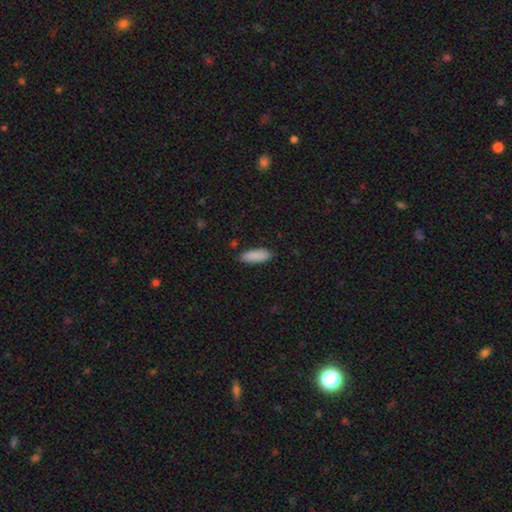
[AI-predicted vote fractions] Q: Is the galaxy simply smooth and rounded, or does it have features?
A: smooth — 89%.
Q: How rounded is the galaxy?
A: in between — 68%.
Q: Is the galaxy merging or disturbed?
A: none — 84%.